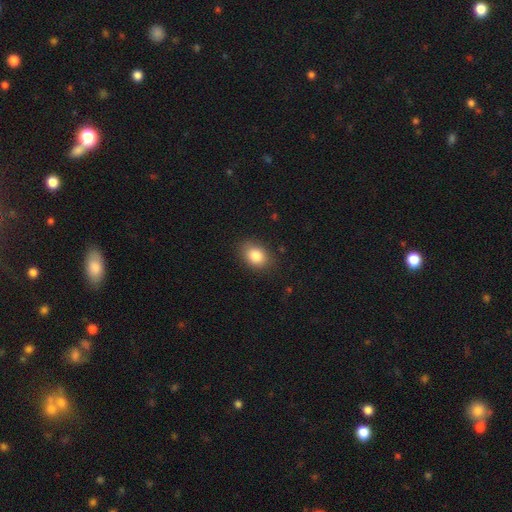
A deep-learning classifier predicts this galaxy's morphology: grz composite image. It shows a smooth galaxy with no disk features (84%) that is in between round and cigar-shaped (69%). Merging: none (83%).